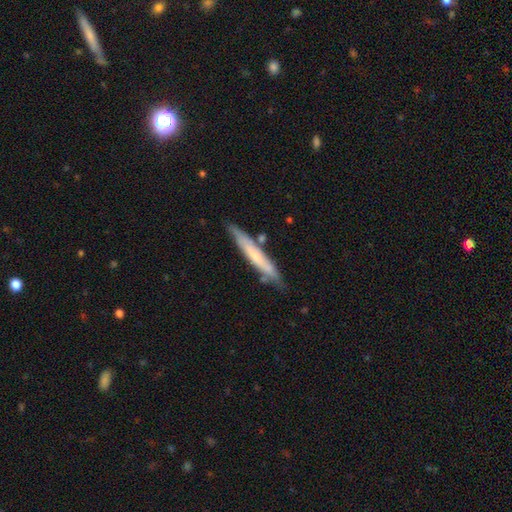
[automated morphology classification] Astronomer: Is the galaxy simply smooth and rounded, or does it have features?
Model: smooth — 52% (runner-up: featured or disk, 42%).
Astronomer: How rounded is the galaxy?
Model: cigar-shaped — 93%.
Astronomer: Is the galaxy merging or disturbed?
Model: none — 76%.